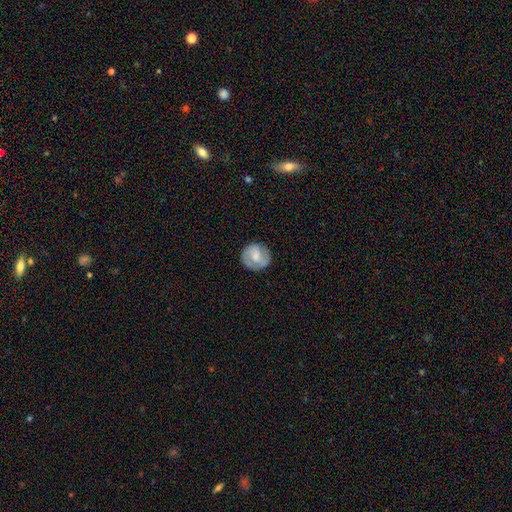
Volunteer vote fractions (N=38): A smooth galaxy with no disk features (61%) that is round (100%). Merging: none (79%).